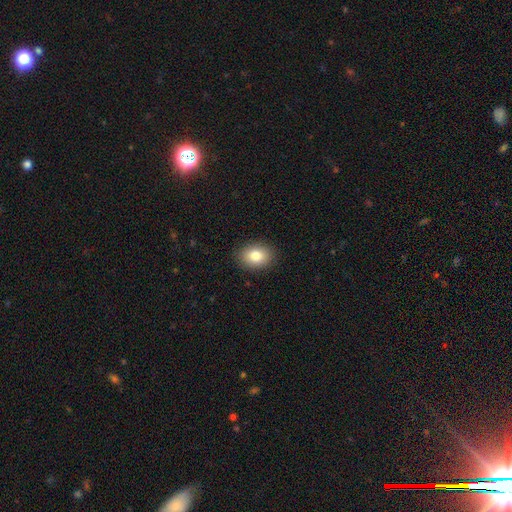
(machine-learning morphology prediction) A smooth galaxy with no disk features (82%) that is in between round and cigar-shaped (68%). Merging: none (89%).